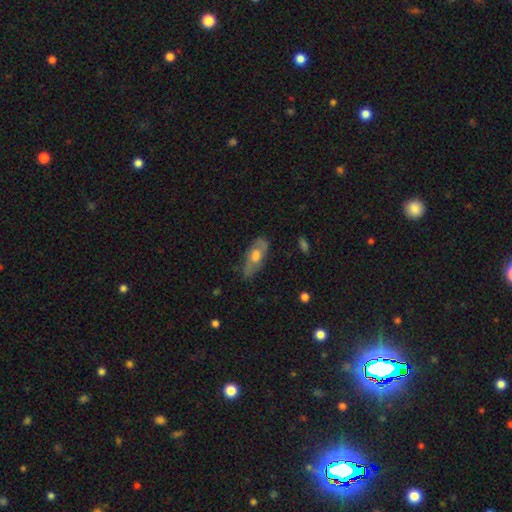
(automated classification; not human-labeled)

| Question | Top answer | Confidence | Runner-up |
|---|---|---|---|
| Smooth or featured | featured or disk | 48% | smooth (46%) |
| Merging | none | 69% | minor disturbance (23%) |